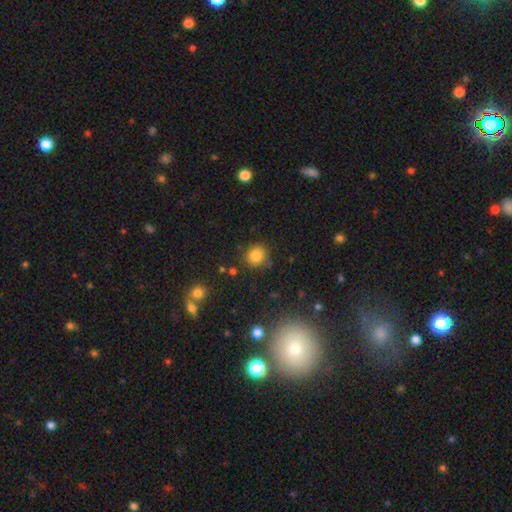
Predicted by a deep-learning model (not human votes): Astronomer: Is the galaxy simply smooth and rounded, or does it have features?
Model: smooth — 82%.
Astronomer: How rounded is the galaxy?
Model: round — 85%.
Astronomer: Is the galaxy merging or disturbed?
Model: none — 80%.